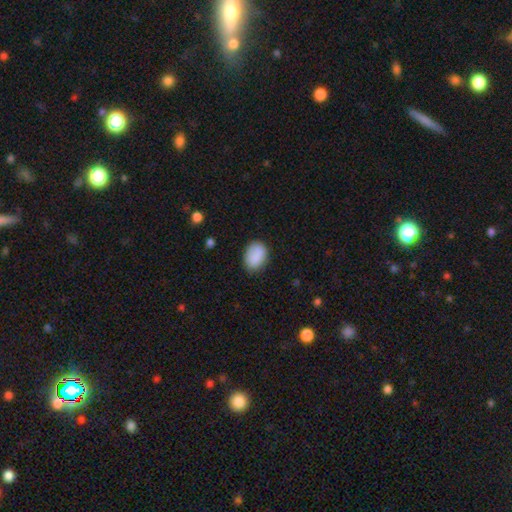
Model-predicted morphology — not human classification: Smooth or featured? smooth (88%)
How rounded? in between (77%)
Merging? none (79%)